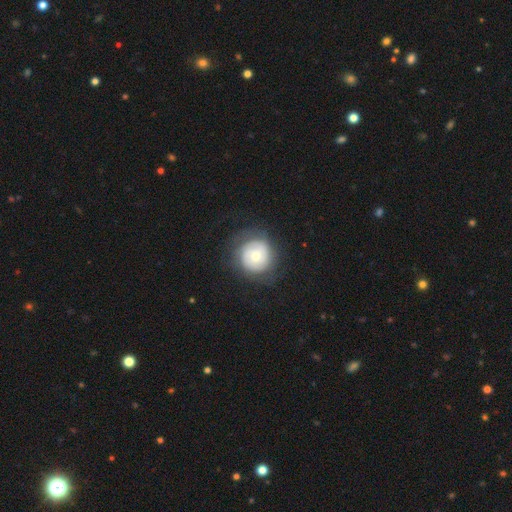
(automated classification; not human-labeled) smooth-or-featured: smooth: 48% | featured or disk: 44% | star or artifact: 8%
  merging: none: 75% | minor disturbance: 15% | major disturbance: 9% | merger: 1%